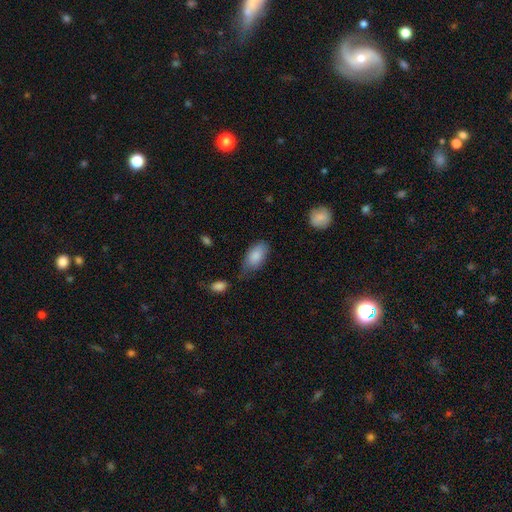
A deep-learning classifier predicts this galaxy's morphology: A smooth galaxy with no disk features (85%) that is in between round and cigar-shaped (93%).

Vote fractions:
- Smooth or featured? smooth: 85% / featured or disk: 8% / star or artifact: 6%
- How rounded? in between: 93% / cigar-shaped: 4% / round: 3%
- Merging? none: 53% / minor disturbance: 32% / major disturbance: 9% / merger: 6%